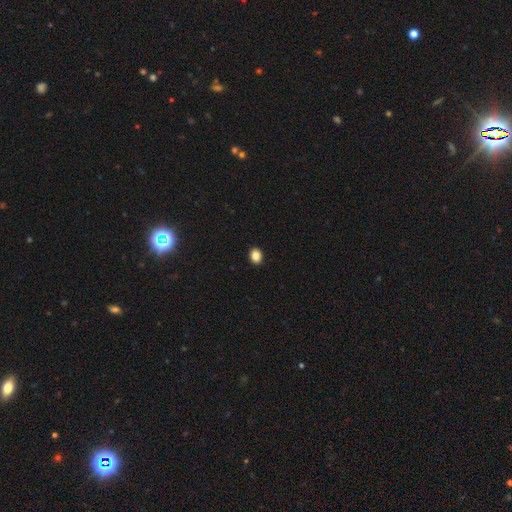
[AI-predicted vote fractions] Morphology: type=smooth (86%); roundness=in between (53%); merging=none (92%).